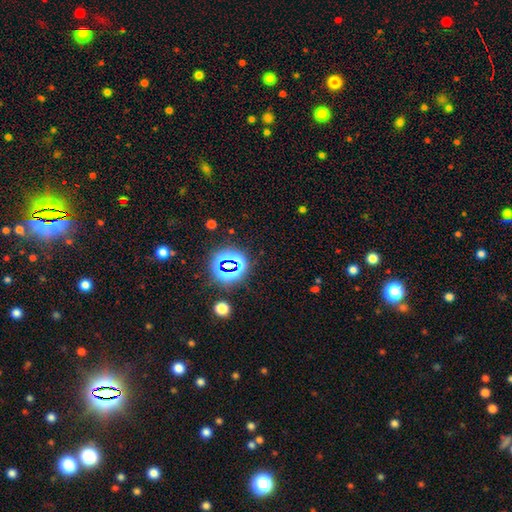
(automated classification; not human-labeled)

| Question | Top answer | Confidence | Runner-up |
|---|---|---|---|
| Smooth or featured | star or artifact | 81% | smooth (11%) |